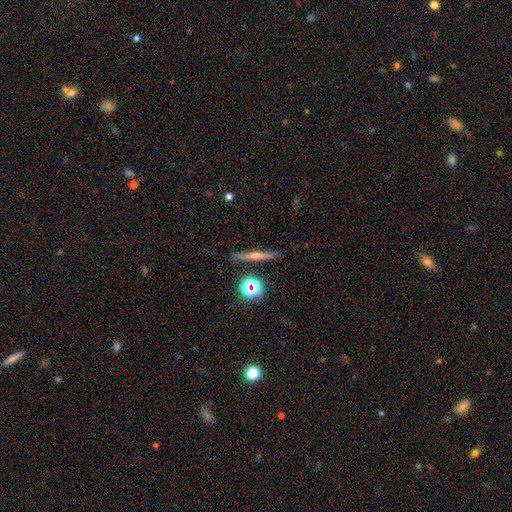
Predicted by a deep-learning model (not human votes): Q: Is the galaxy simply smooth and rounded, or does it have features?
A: featured or disk — 56%.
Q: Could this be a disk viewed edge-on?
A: yes — 95%.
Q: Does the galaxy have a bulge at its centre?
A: rounded — 64%.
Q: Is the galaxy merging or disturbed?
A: none — 88%.